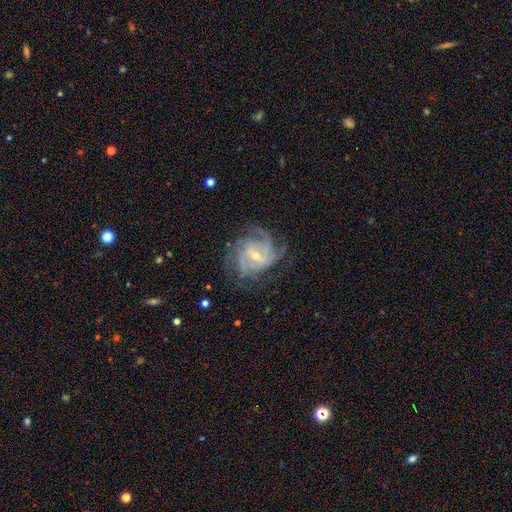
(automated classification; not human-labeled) Smooth or featured?
  - featured or disk: 88% *
  - star or artifact: 7%
  - smooth: 6%
Edge-on disk?
  - no: 97% *
  - yes: 3%
Bar?
  - weak: 50% *
  - no: 28%
  - strong: 21%
Spiral arms?
  - yes: 97% *
  - no: 3%
Spiral winding?
  - tight: 53% *
  - medium: 38%
  - loose: 9%
Spiral arm count?
  - 3: 27% *
  - 4: 25%
  - can't tell: 21%
  - 2: 14%
  - more than 4: 7%
  - 1: 6%
Bulge size?
  - small: 60% *
  - moderate: 36%
  - none: 2%
  - large: 1%
  - dominant: 1%
Merging?
  - none: 70% *
  - minor disturbance: 18%
  - major disturbance: 10%
  - merger: 1%